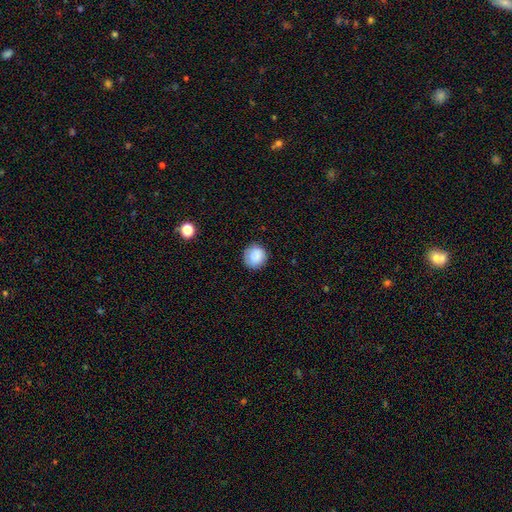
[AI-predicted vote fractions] Q: Smooth or featured?
A: smooth (85%); runner-up: star or artifact (8%)
Q: How rounded?
A: round (91%); runner-up: in between (8%)
Q: Merging?
A: none (85%); runner-up: minor disturbance (11%)